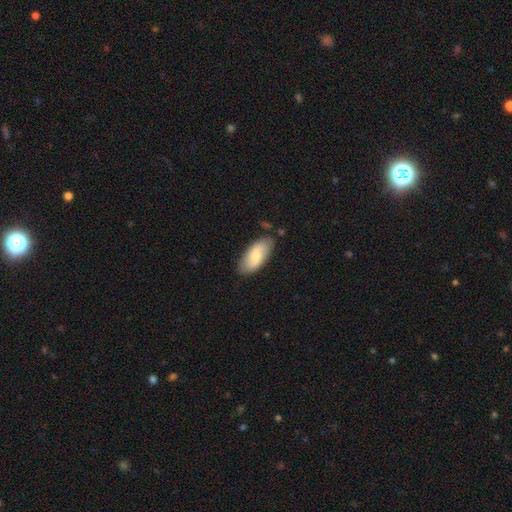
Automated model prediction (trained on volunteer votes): Q: Smooth or featured?
A: smooth (68%); runner-up: featured or disk (27%)
Q: How rounded?
A: in between (90%); runner-up: cigar-shaped (7%)
Q: Merging?
A: none (79%); runner-up: minor disturbance (15%)